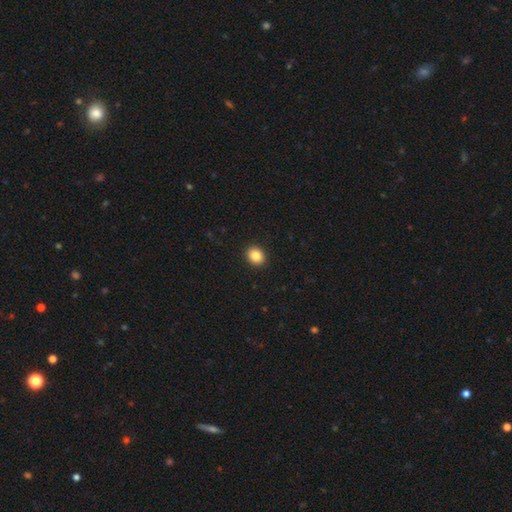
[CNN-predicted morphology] Smooth or featured: smooth — 86% (star or artifact — 9%)
How rounded: round — 54% (in between — 45%)
Merging: none — 92% (minor disturbance — 5%)